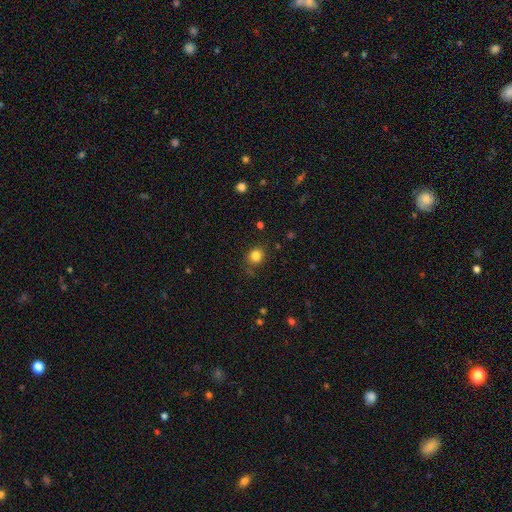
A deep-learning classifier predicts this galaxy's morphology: Q: Smooth or featured?
A: smooth (82%); runner-up: star or artifact (12%)
Q: How rounded?
A: round (84%); runner-up: in between (15%)
Q: Merging?
A: none (82%); runner-up: minor disturbance (13%)